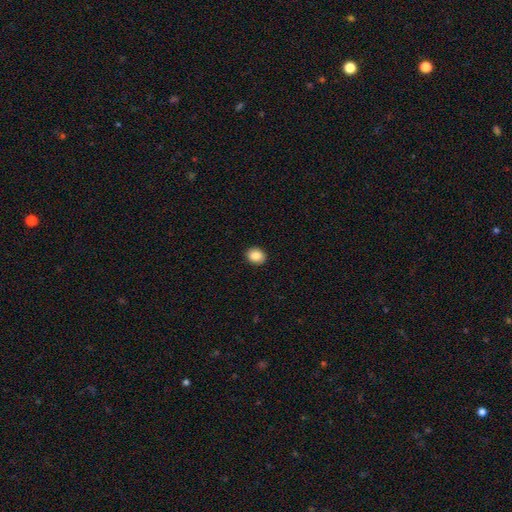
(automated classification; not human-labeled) Overall: smooth (88%). How rounded: round (55%; in between 44%). Merging: none (92%).